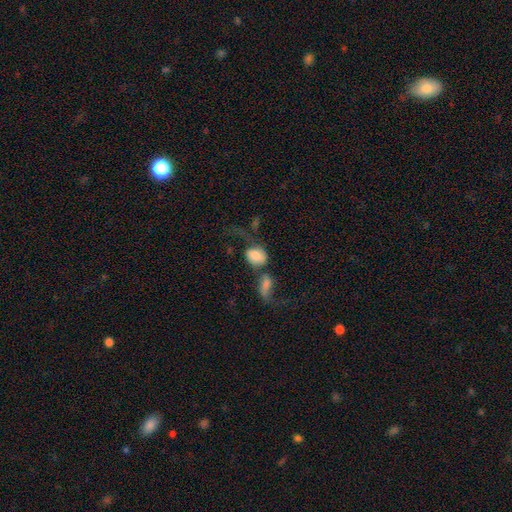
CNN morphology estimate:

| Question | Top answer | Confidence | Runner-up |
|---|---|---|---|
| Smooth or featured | smooth | 71% | featured or disk (21%) |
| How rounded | in between | 61% | round (37%) |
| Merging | merger | 48% | major disturbance (24%) |